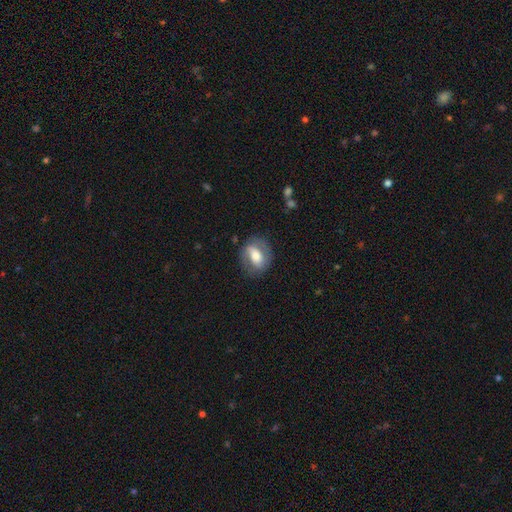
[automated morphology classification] A smooth galaxy with no disk features (47%).

Vote fractions:
- Smooth or featured? smooth: 47% / featured or disk: 46% / star or artifact: 7%
- Merging? none: 74% / minor disturbance: 17% / major disturbance: 8% / merger: 1%